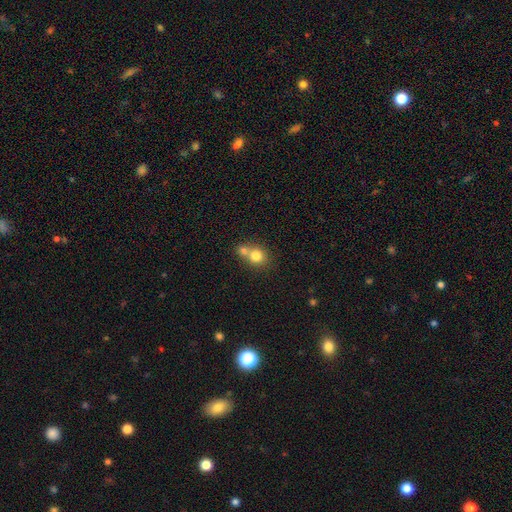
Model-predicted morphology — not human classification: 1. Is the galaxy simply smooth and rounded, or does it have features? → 77% smooth, 12% featured or disk, 10% star or artifact.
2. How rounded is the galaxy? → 79% round, 20% in between, 1% cigar-shaped.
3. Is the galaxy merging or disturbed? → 56% merger, 35% none, 6% minor disturbance, 3% major disturbance.